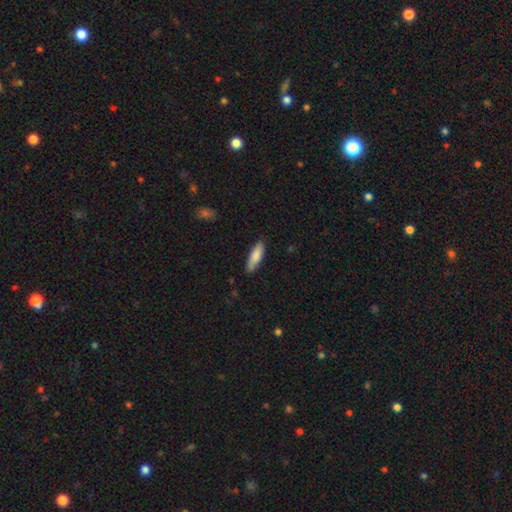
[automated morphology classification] type=smooth (81%); roundness=cigar-shaped (57%); merging=none (84%).